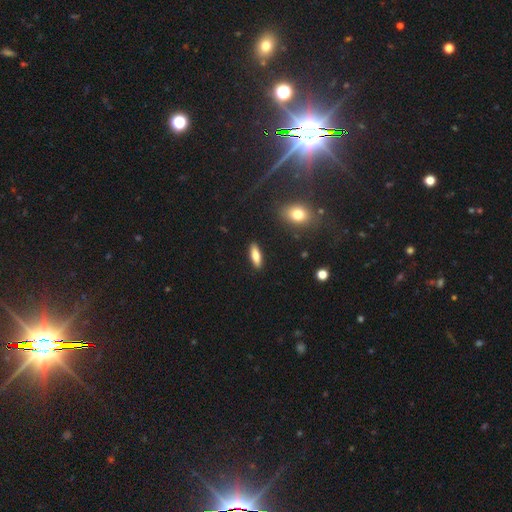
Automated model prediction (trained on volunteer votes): Smooth or featured?
  - smooth: 74% *
  - featured or disk: 19%
  - star or artifact: 7%
How rounded?
  - in between: 52% *
  - cigar-shaped: 46%
  - round: 2%
Merging?
  - none: 90% *
  - minor disturbance: 7%
  - major disturbance: 2%
  - merger: 1%